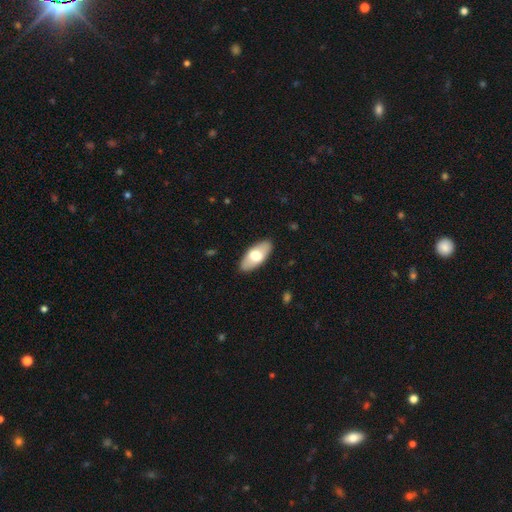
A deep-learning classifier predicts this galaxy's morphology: This appears to be a smooth galaxy with no disk features (66%) that is in between round and cigar-shaped (89%). Merging: none (88%).